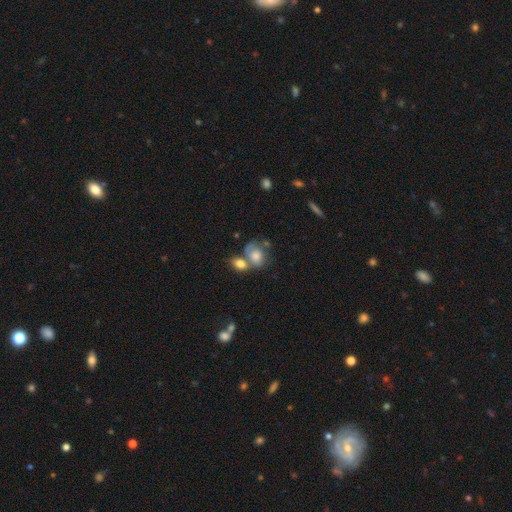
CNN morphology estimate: smooth 68%, featured or disk 23%, star or artifact 9%. Down the decision tree: how rounded — in between (57%); merging — merger (49%).